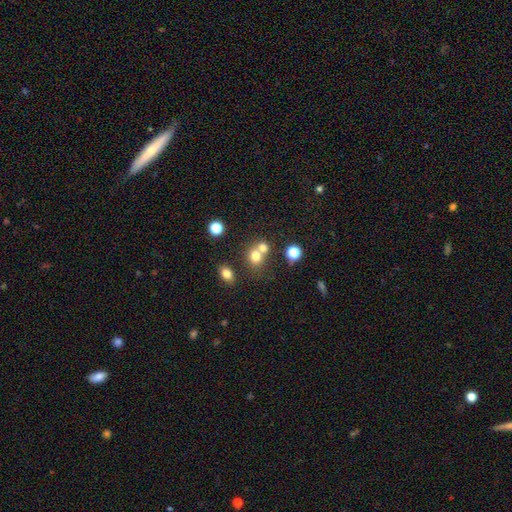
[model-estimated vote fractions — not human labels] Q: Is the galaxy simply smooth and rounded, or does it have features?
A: smooth — 73%.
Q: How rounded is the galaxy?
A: round — 75%.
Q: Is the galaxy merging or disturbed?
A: merger — 50%.